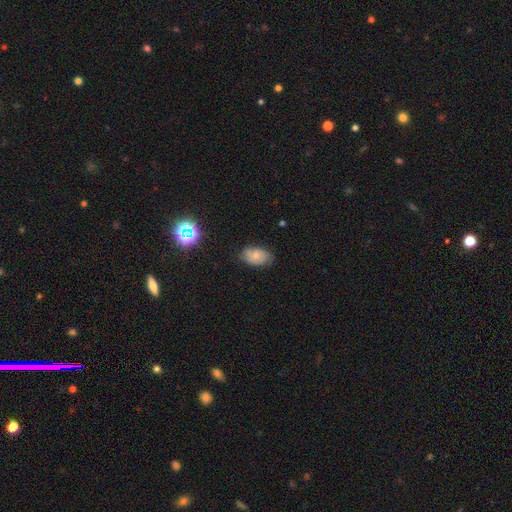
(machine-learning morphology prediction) Smooth or featured? Predicted: smooth (p=0.58). How rounded? Predicted: in between (p=0.87). Merging? Predicted: none (p=0.70).